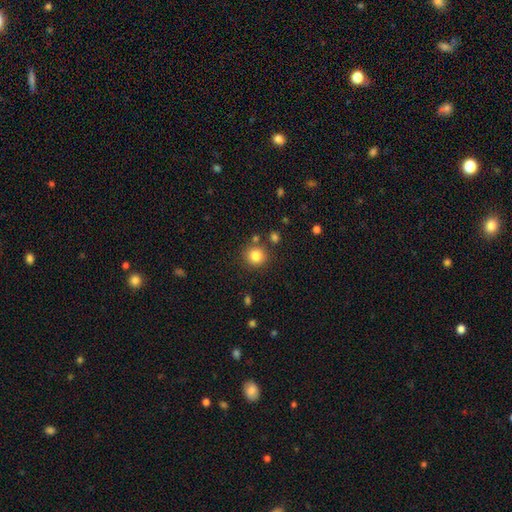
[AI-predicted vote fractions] This is clearly a smooth galaxy (83%). How rounded: clearly round (89%). Merging: clearly none (84%).